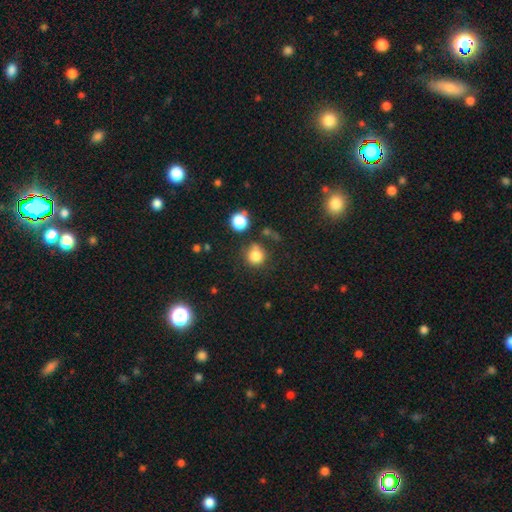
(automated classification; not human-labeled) A smooth galaxy with no disk features (80%) that is round (88%).

Vote fractions:
- Smooth or featured? smooth: 80% / star or artifact: 13% / featured or disk: 6%
- How rounded? round: 88% / in between: 11% / cigar-shaped: 1%
- Merging? none: 68% / minor disturbance: 16% / merger: 10% / major disturbance: 6%